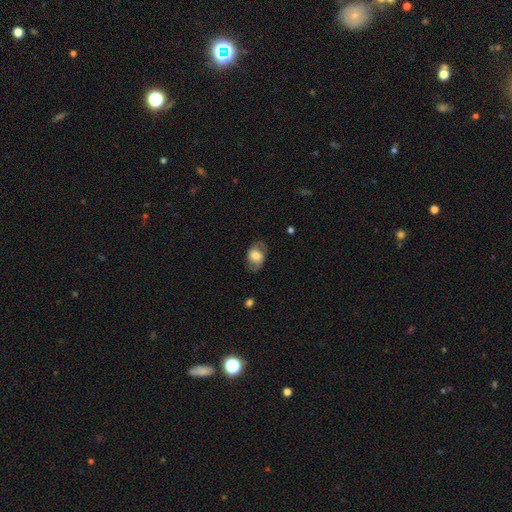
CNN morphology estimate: Smooth or featured: smooth — 62% (featured or disk — 31%)
How rounded: in between — 74% (round — 25%)
Merging: none — 71% (minor disturbance — 19%)